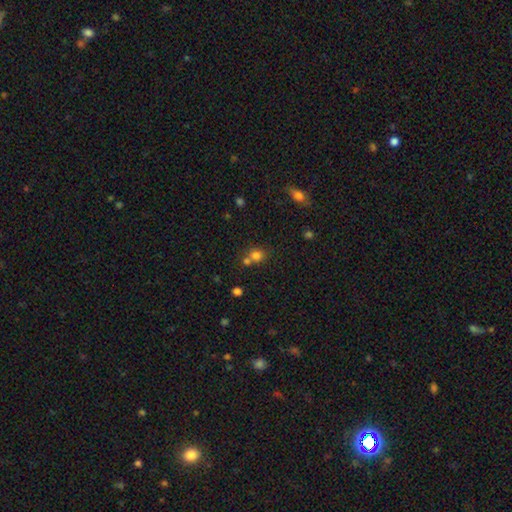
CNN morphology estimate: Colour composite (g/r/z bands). It shows a smooth galaxy with no disk features (76%) that is round (77%). Merging: none (46%).